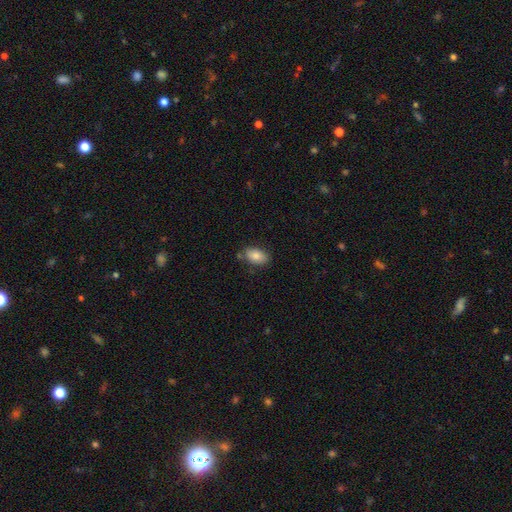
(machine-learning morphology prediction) This is clearly a smooth galaxy (83%). How rounded: clearly in between (91%). Merging: likely none (76%).